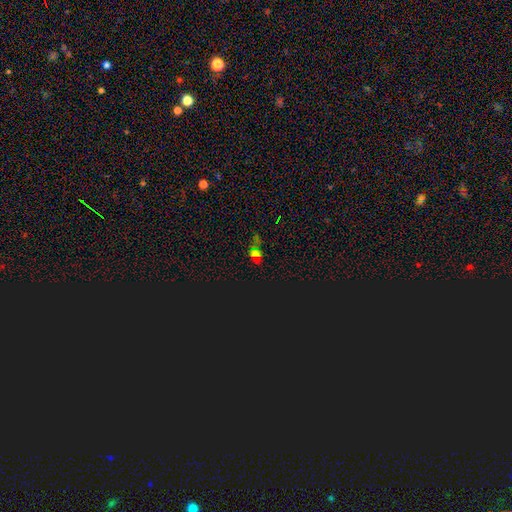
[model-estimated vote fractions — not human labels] A star or artifact, not a galaxy (59%).